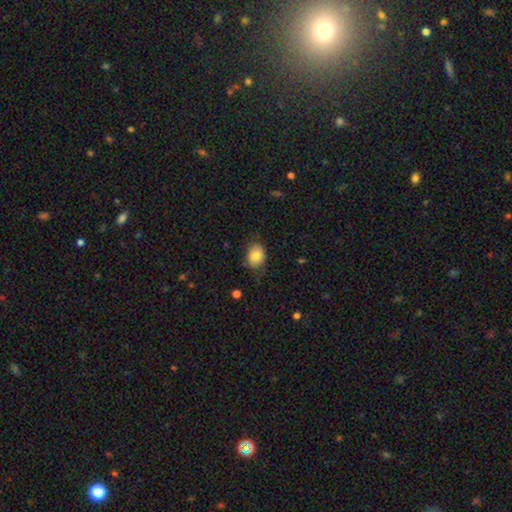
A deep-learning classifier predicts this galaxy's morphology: Overall: smooth (82%). How rounded: in between (66%; round 33%). Merging: none (69%).